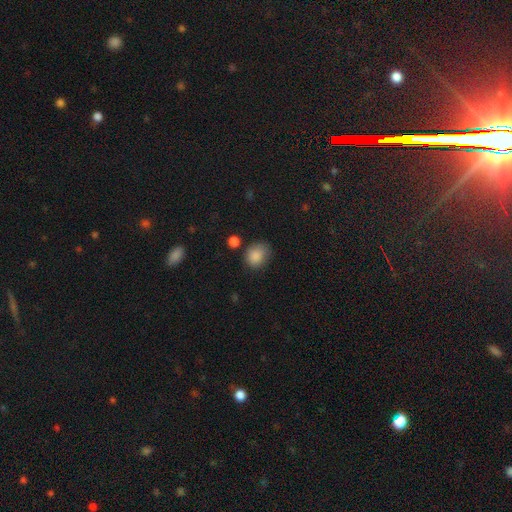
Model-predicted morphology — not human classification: smooth_or_featured: smooth (p=0.86) [alt: star or artifact p=0.09]
how_rounded: round (p=0.56) [alt: in between p=0.43]
merging: none (p=0.68) [alt: minor disturbance p=0.22]